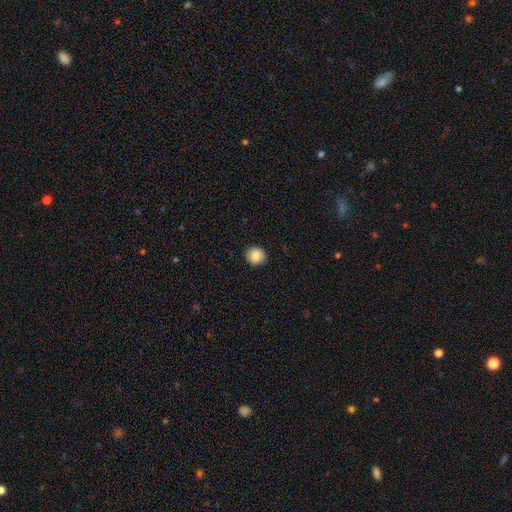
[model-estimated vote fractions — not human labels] Smooth or featured: smooth — 87% (star or artifact — 9%)
How rounded: round — 93% (in between — 6%)
Merging: none — 92% (minor disturbance — 5%)